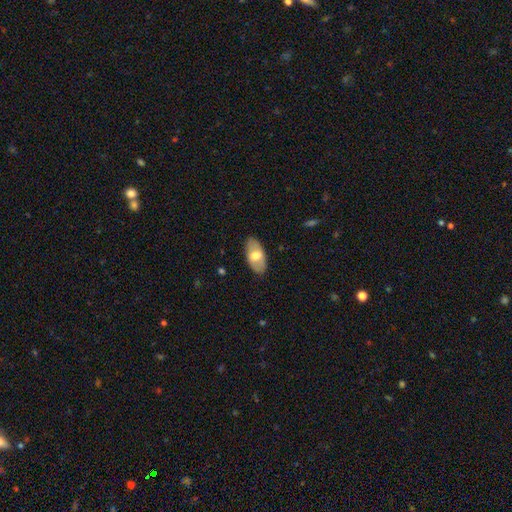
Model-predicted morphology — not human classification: Q: Smooth or featured?
A: smooth (59%); runner-up: featured or disk (35%)
Q: How rounded?
A: in between (94%); runner-up: round (4%)
Q: Merging?
A: none (85%); runner-up: minor disturbance (12%)